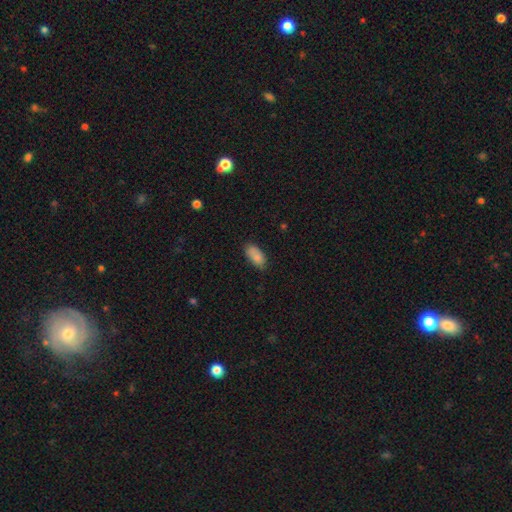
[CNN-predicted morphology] A smooth galaxy with no disk features (85%) that is in between round and cigar-shaped (91%). Merging: none (72%).